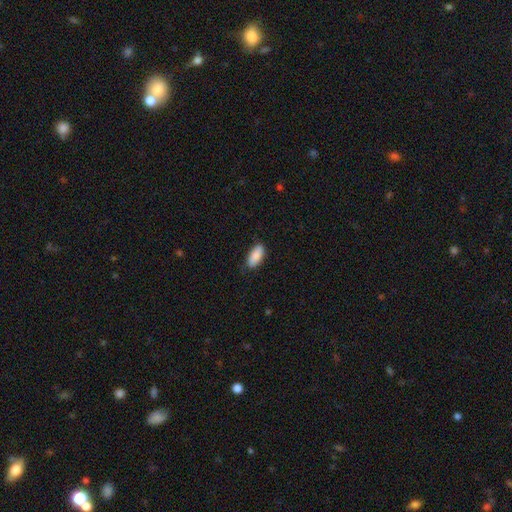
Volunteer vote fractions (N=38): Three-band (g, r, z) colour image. It shows a smooth galaxy with no disk features (92%) that is in between round and cigar-shaped (83%). Merging: none (81%).